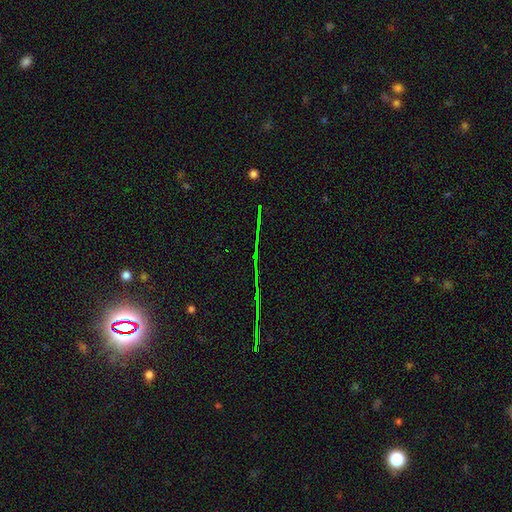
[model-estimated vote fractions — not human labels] Smooth or featured: star or artifact — 81% (featured or disk — 11%)